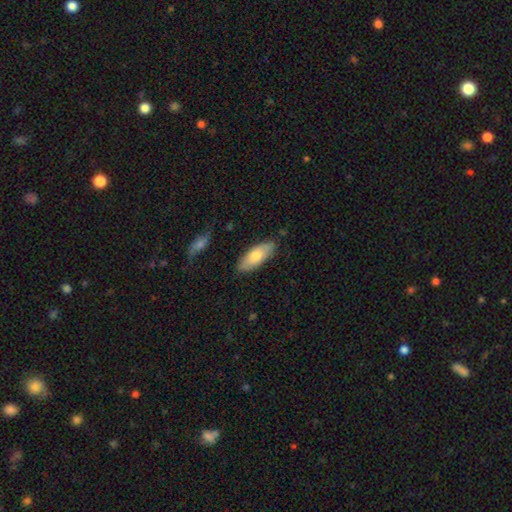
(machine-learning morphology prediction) Smooth or featured: smooth — 74% (featured or disk — 20%)
How rounded: in between — 78% (cigar-shaped — 20%)
Merging: none — 85% (minor disturbance — 11%)